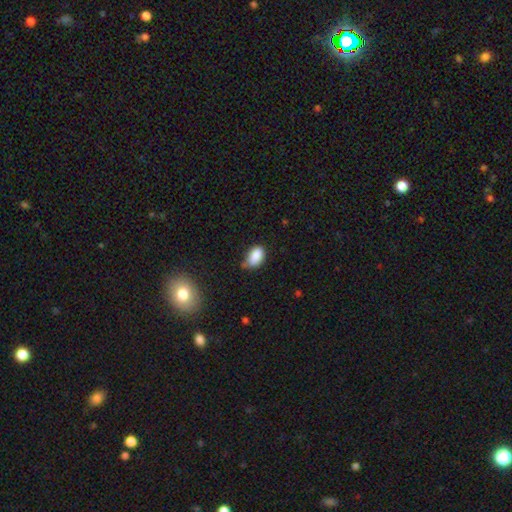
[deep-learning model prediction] Smooth or featured? Predicted: smooth (p=0.86). How rounded? Predicted: in between (p=0.89). Merging? Predicted: none (p=0.50).